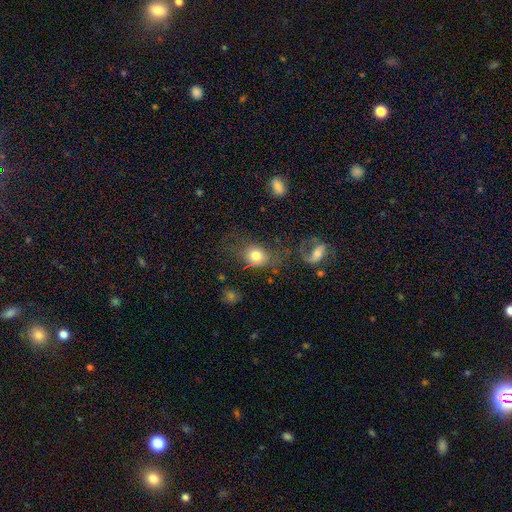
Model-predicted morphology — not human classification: type=smooth (70%); roundness=round (56%); merging=none (48%).